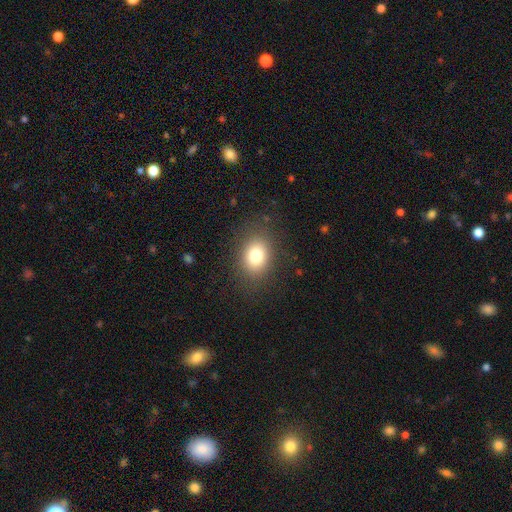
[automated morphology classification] smooth_or_featured: smooth (p=0.78) [alt: star or artifact p=0.12]
how_rounded: in between (p=0.60) [alt: round p=0.39]
merging: none (p=0.84) [alt: minor disturbance p=0.10]